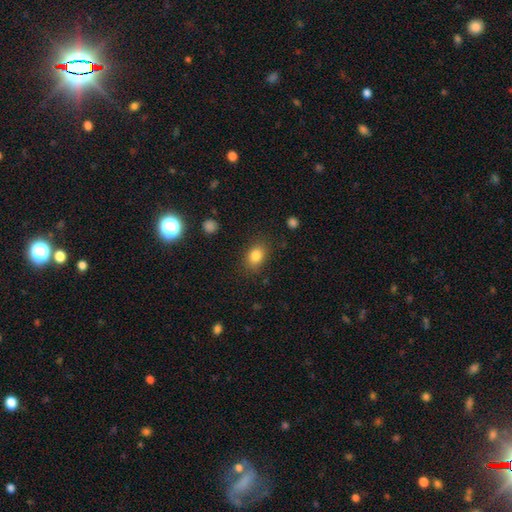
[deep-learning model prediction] Smooth or featured?
  - smooth: 84% *
  - star or artifact: 10%
  - featured or disk: 7%
How rounded?
  - in between: 71% *
  - round: 28%
  - cigar-shaped: 1%
Merging?
  - none: 83% *
  - minor disturbance: 12%
  - major disturbance: 4%
  - merger: 1%